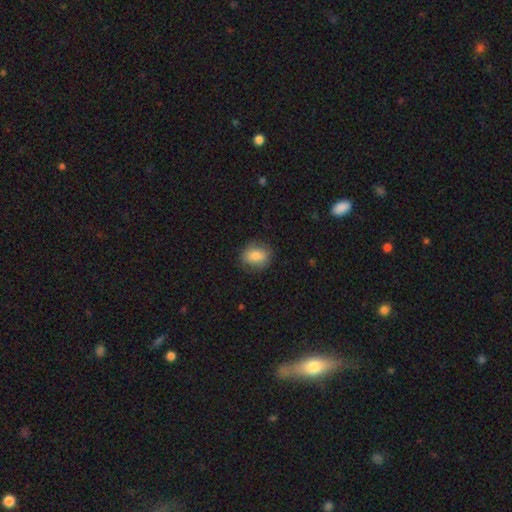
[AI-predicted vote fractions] Morphology: type=smooth (83%); roundness=in between (51%); merging=none (83%).